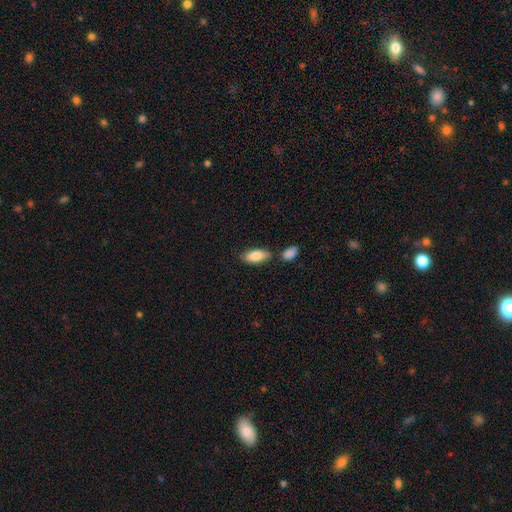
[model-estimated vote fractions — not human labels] smooth 84%, featured or disk 10%, star or artifact 6%. Down the decision tree: how rounded — in between (85%); merging — none (71%).